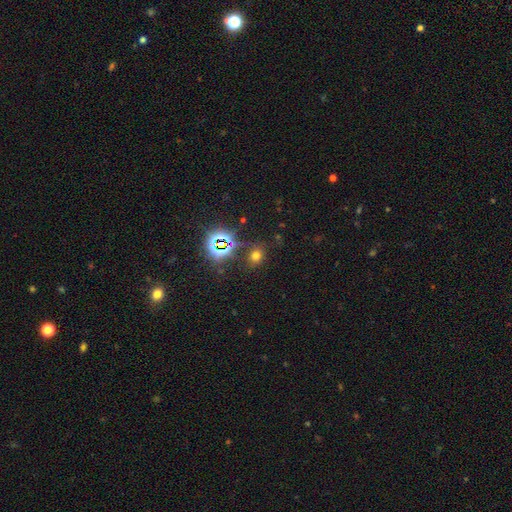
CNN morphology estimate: This appears to be a smooth galaxy with no disk features (57%) that is round (55%). Merging: none (78%).